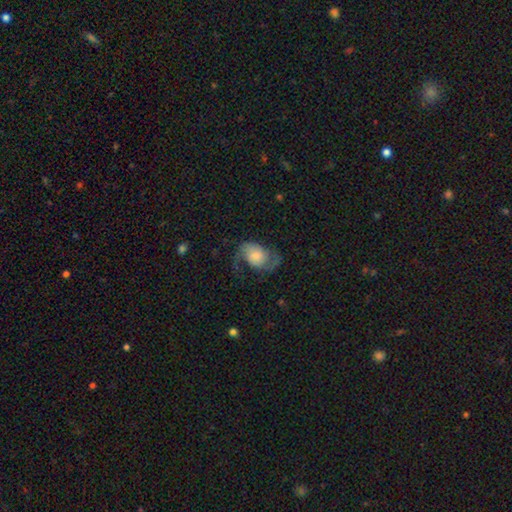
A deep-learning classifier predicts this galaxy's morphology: This appears to be a featured or disk galaxy (70%) with no bar (70%), 2 (90%) loose (53%) spiral arms (93%) and a moderate central bulge (28%). Merging: none (60%).